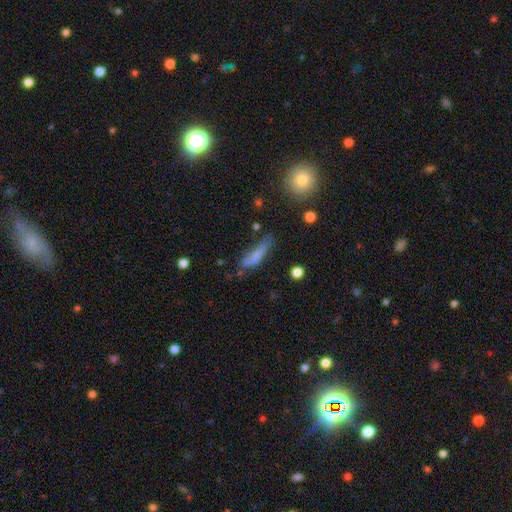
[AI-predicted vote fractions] Smooth or featured? smooth (68%)
How rounded? cigar-shaped (71%)
Merging? none (42%)